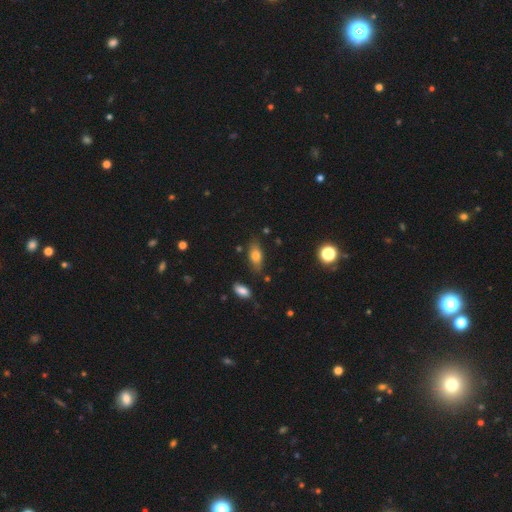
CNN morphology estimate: smooth 74%, featured or disk 17%, star or artifact 9%. Down the decision tree: how rounded — in between (81%); merging — none (78%).